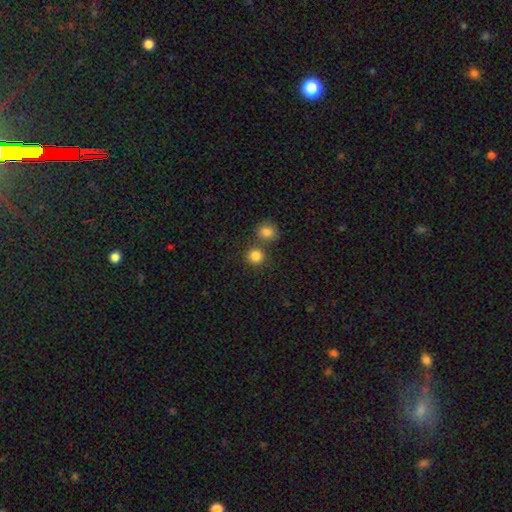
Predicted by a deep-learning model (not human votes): Smooth or featured?
  - smooth: 84% *
  - star or artifact: 11%
  - featured or disk: 5%
How rounded?
  - round: 88% *
  - in between: 11%
  - cigar-shaped: 1%
Merging?
  - none: 68% *
  - merger: 22%
  - minor disturbance: 7%
  - major disturbance: 3%